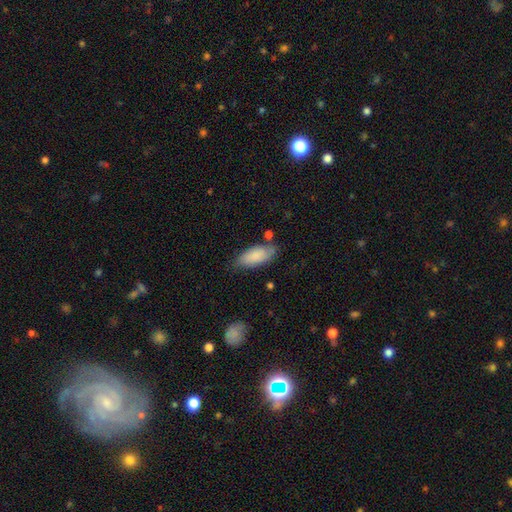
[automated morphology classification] type=smooth (80%); roundness=in between (86%); merging=none (67%).